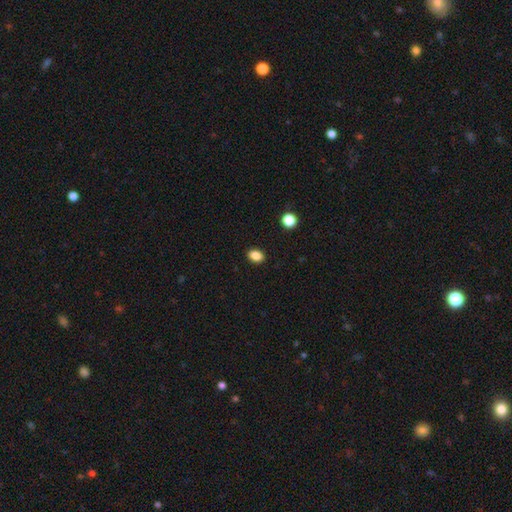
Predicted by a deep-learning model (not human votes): Smooth or featured: smooth — 86% (star or artifact — 10%)
How rounded: in between — 74% (round — 25%)
Merging: none — 90% (minor disturbance — 7%)